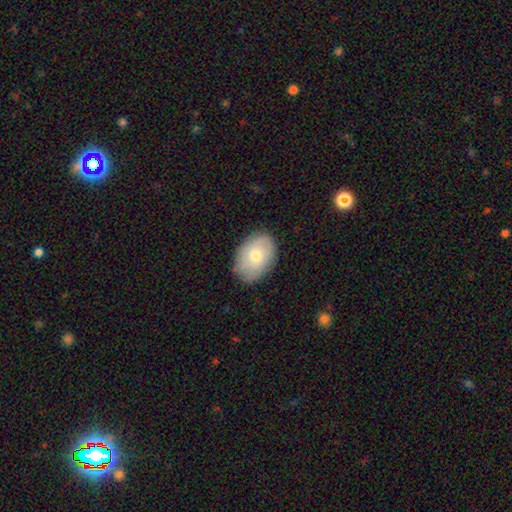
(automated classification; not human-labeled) Q: Smooth or featured?
A: smooth (70%); runner-up: featured or disk (23%)
Q: How rounded?
A: in between (83%); runner-up: round (16%)
Q: Merging?
A: none (83%); runner-up: minor disturbance (13%)